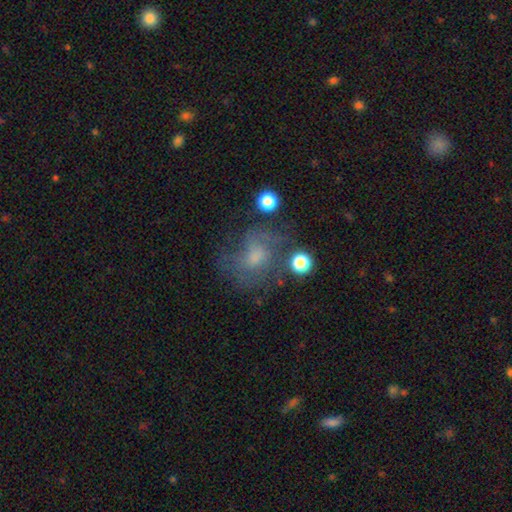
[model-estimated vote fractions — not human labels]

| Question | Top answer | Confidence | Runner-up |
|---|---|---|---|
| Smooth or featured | featured or disk | 49% | smooth (36%) |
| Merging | none | 48% | major disturbance (25%) |